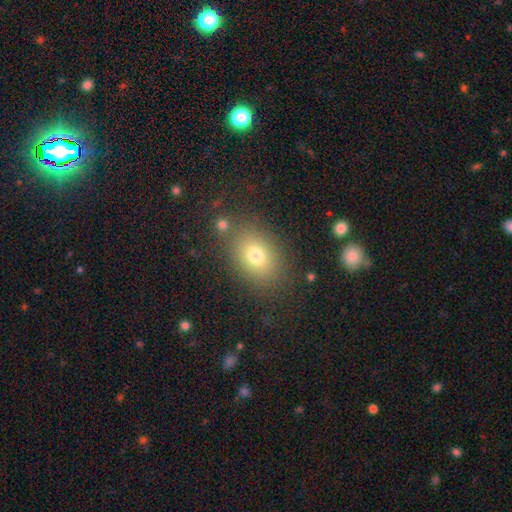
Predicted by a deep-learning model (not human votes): smooth-or-featured: smooth: 74% | star or artifact: 14% | featured or disk: 12%
  how-rounded: in between: 70% | round: 28% | cigar-shaped: 1%
  merging: none: 80% | minor disturbance: 11% | major disturbance: 5% | merger: 4%